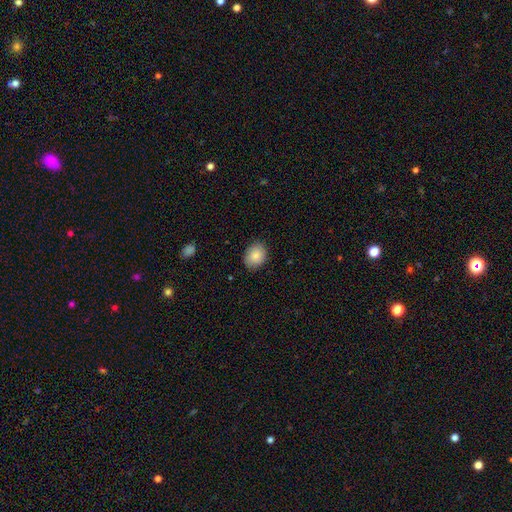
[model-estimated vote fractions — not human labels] This appears to be a smooth galaxy with no disk features (86%) that is in between round and cigar-shaped (57%). Merging: none (84%).